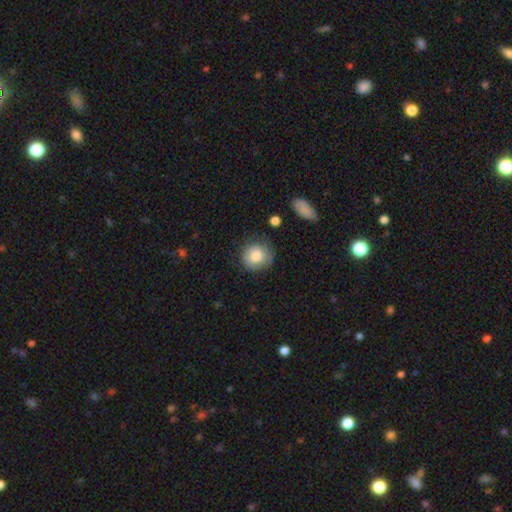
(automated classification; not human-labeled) Smooth or featured? Predicted: smooth (p=0.81). How rounded? Predicted: round (p=0.89). Merging? Predicted: none (p=0.75).